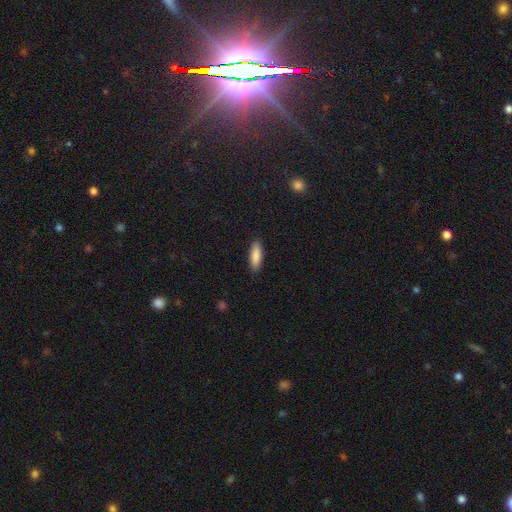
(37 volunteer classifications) Morphology: type=smooth (92%); roundness=cigar-shaped (59%); merging=none (91%).